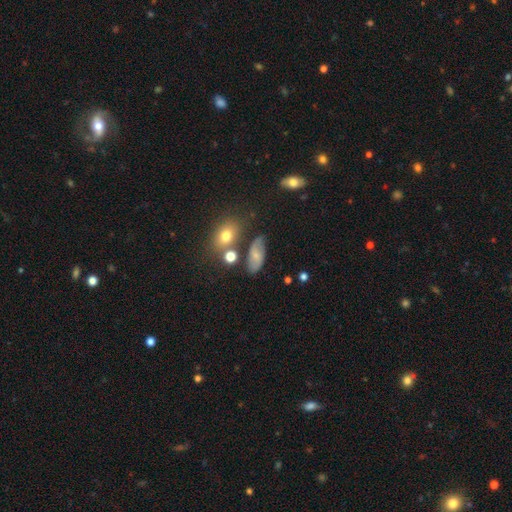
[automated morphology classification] smooth 60%, featured or disk 28%, star or artifact 12%. Down the decision tree: how rounded — in between (85%); merging — none (61%).